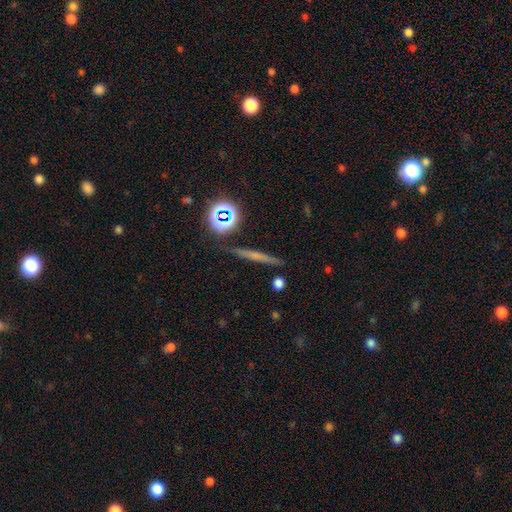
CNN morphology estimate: Smooth or featured? smooth (44%)
Merging? none (88%)